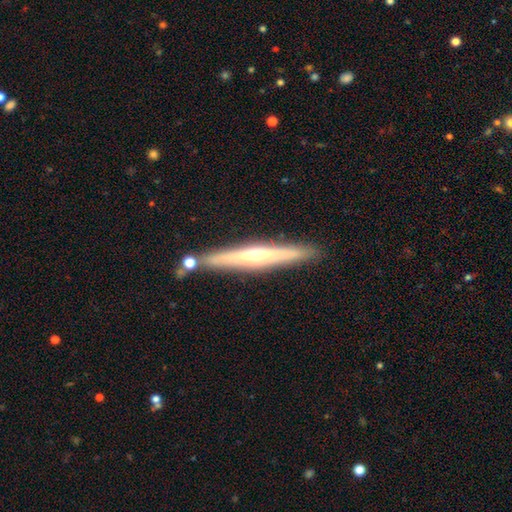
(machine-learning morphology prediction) smooth-or-featured: featured or disk: 60% | smooth: 34% | star or artifact: 6%
  disk-edge-on: yes: 95% | no: 5%
    edge-on-bulge: rounded: 67% | none: 25% | boxy: 7%
  merging: none: 84% | minor disturbance: 9% | merger: 5% | major disturbance: 2%